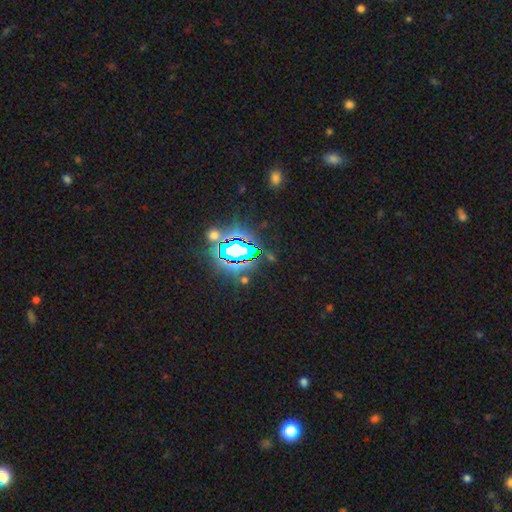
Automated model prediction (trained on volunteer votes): smooth_or_featured: star or artifact (p=0.82) [alt: smooth p=0.11]